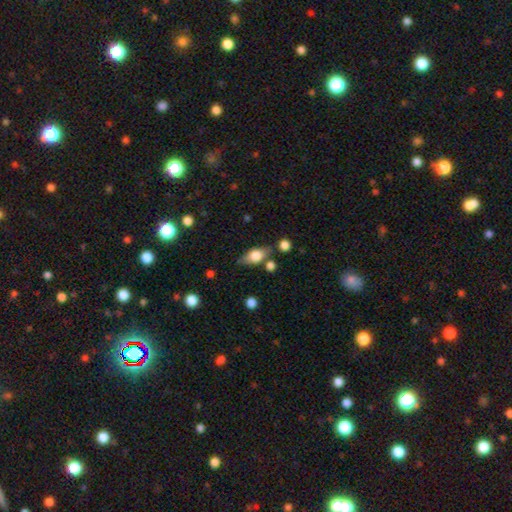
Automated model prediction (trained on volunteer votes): smooth 68%, featured or disk 24%, star or artifact 8%. Down the decision tree: how rounded — in between (83%); merging — none (70%).